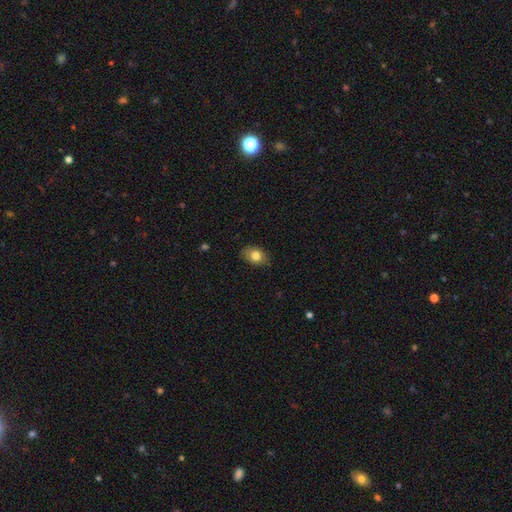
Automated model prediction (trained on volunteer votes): Smooth or featured: smooth — 80% (featured or disk — 11%)
How rounded: in between — 78% (round — 21%)
Merging: none — 80% (minor disturbance — 16%)